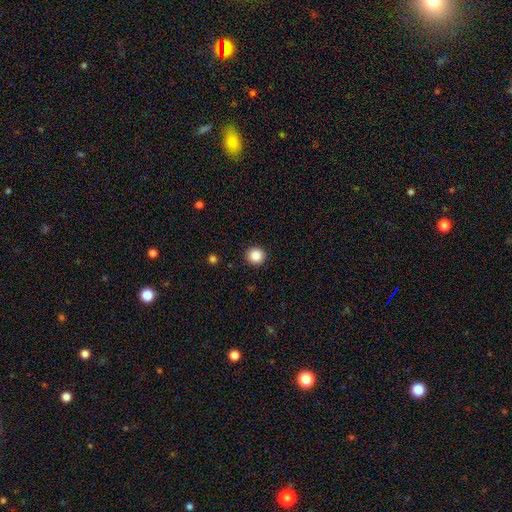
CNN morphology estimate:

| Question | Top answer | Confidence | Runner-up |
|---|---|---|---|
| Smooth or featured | smooth | 87% | star or artifact (10%) |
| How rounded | round | 95% | in between (4%) |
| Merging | none | 92% | minor disturbance (5%) |